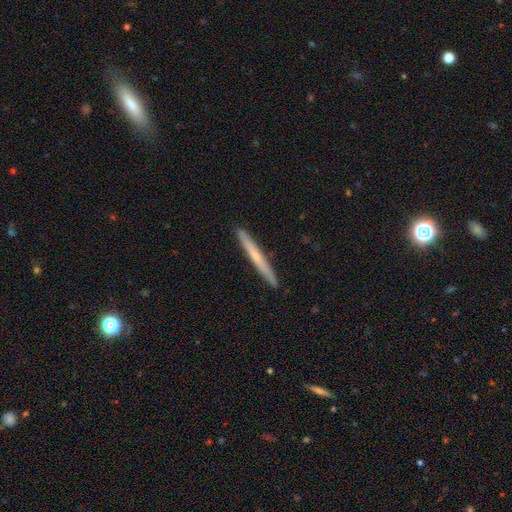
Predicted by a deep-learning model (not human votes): Q: Smooth or featured?
A: smooth (51%); runner-up: featured or disk (43%)
Q: How rounded?
A: cigar-shaped (97%); runner-up: in between (2%)
Q: Merging?
A: none (92%); runner-up: minor disturbance (6%)